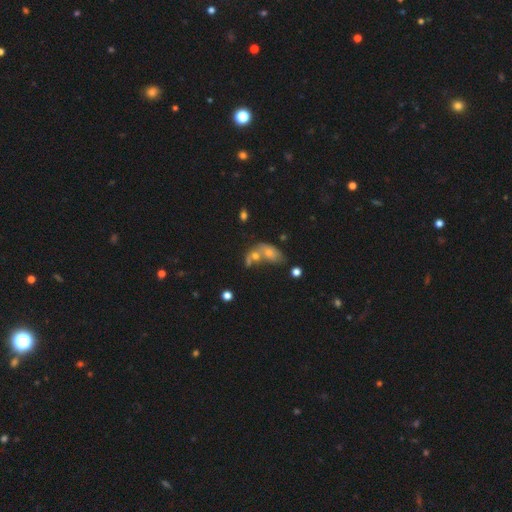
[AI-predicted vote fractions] The model was most divided on "merging": merger: 53%, none: 31%, minor disturbance: 10%, major disturbance: 7%. More confident: how rounded — in between (71%); smooth or featured — smooth (51%).